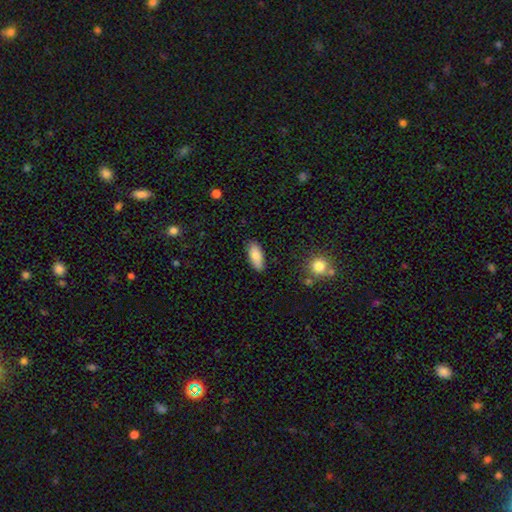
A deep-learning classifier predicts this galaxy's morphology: Q: Smooth or featured?
A: smooth (80%); runner-up: featured or disk (13%)
Q: How rounded?
A: in between (83%); runner-up: cigar-shaped (15%)
Q: Merging?
A: none (85%); runner-up: minor disturbance (12%)